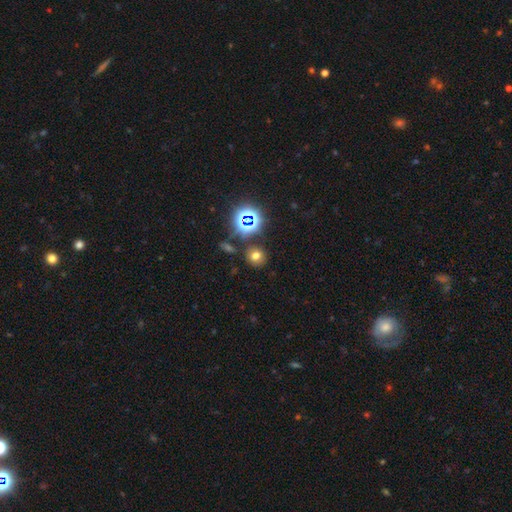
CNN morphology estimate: A smooth galaxy with no disk features (66%) that is round (84%).

Vote fractions:
- Smooth or featured? smooth: 66% / star or artifact: 25% / featured or disk: 9%
- How rounded? round: 84% / in between: 15% / cigar-shaped: 1%
- Merging? none: 83% / minor disturbance: 8% / merger: 6% / major disturbance: 3%